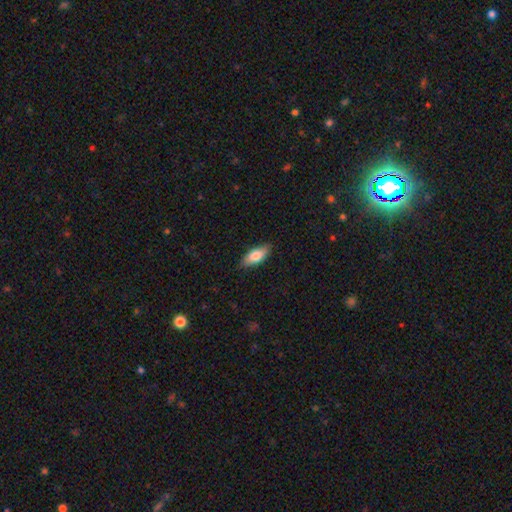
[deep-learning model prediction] Overall: smooth (78%). How rounded: in between (79%). Merging: none (87%).